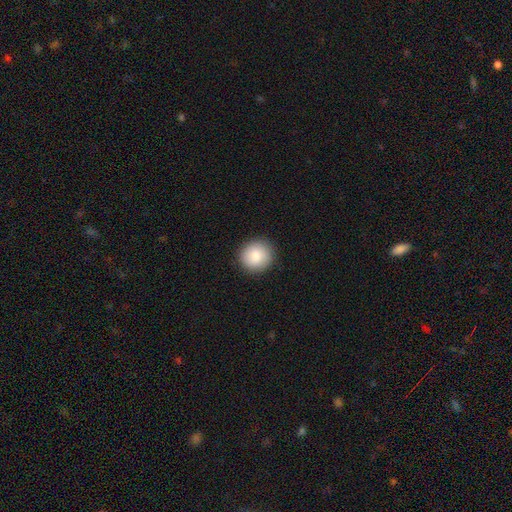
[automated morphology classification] smooth 87%, star or artifact 7%, featured or disk 6%. Down the decision tree: how rounded — round (91%); merging — none (91%).